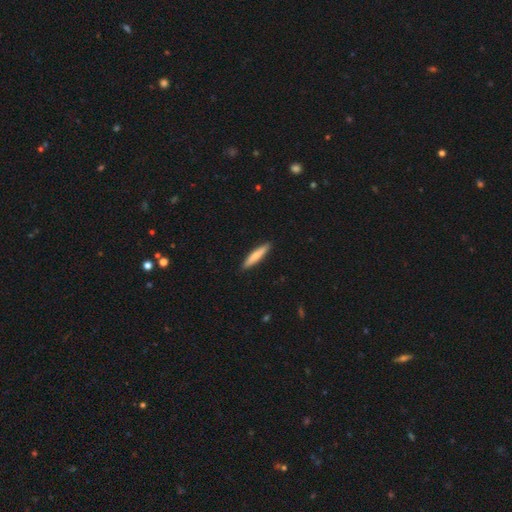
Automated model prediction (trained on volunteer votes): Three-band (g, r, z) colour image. It shows a smooth galaxy with no disk features (74%) that is cigar-shaped (90%). Merging: none (91%).